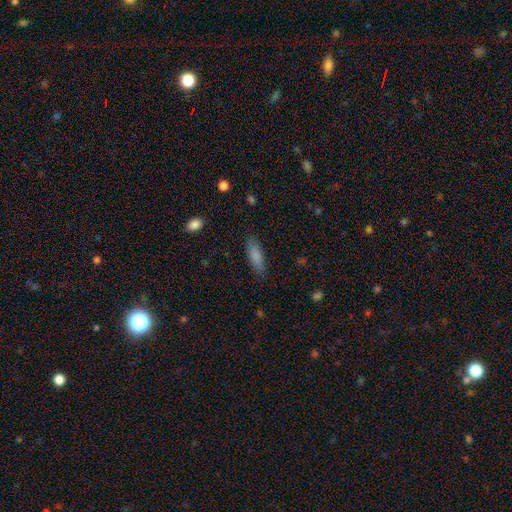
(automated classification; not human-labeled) Morphology: type=smooth (85%); roundness=in between (53%); merging=none (84%).